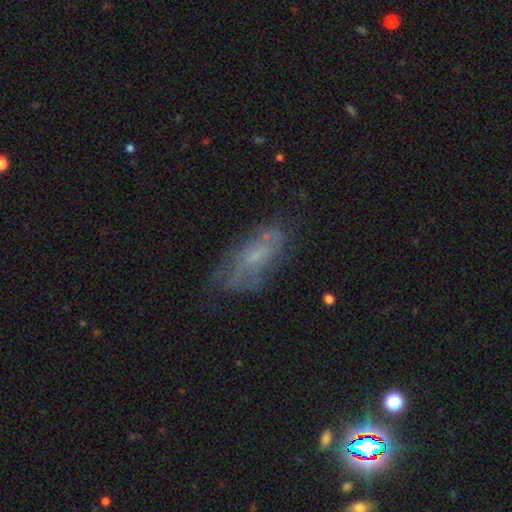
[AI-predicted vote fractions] This is possibly a featured or disk galaxy (50%). It is clearly not viewed edge-on (88%). Merging: possibly none (57%).